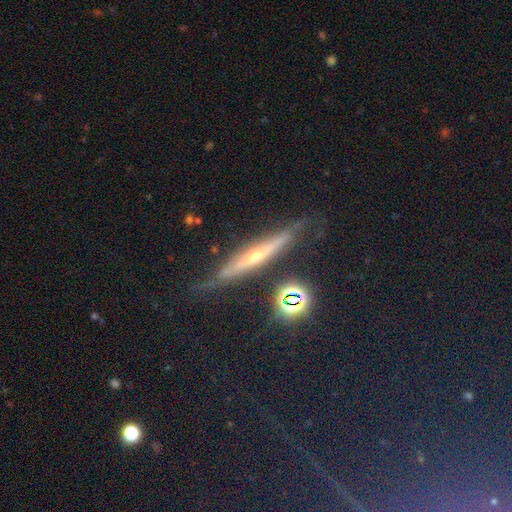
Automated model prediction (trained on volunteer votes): Q: Smooth or featured?
A: featured or disk (63%); runner-up: smooth (19%)
Q: Edge-on disk?
A: yes (88%); runner-up: no (12%)
Q: Edge-on bulge?
A: rounded (70%); runner-up: none (25%)
Q: Merging?
A: none (73%); runner-up: minor disturbance (20%)